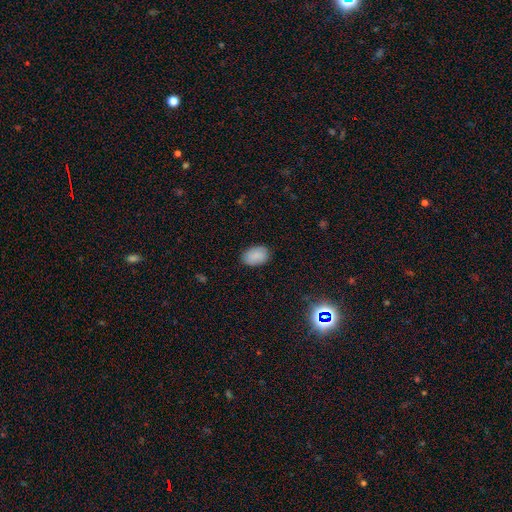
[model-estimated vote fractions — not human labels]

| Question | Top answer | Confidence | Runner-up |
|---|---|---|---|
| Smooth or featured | smooth | 85% | star or artifact (8%) |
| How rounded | in between | 87% | round (12%) |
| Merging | none | 83% | minor disturbance (13%) |